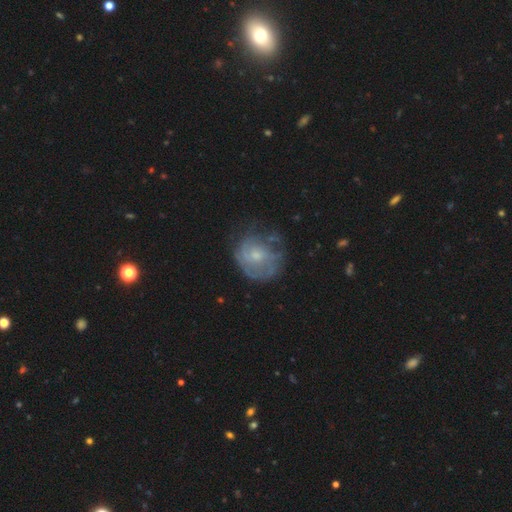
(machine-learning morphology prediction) Smooth or featured?
  - featured or disk: 60% *
  - smooth: 31%
  - star or artifact: 9%
Edge-on disk?
  - no: 97% *
  - yes: 3%
Bar?
  - no: 75% *
  - weak: 22%
  - strong: 3%
Spiral arms?
  - yes: 65% *
  - no: 35%
Bulge size?
  - small: 59% *
  - moderate: 33%
  - none: 5%
  - large: 2%
  - dominant: 1%
Merging?
  - none: 54% *
  - minor disturbance: 26%
  - major disturbance: 18%
  - merger: 2%